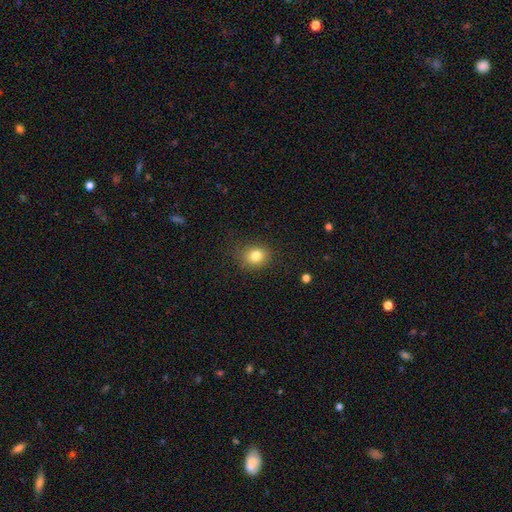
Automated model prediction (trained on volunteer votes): This is clearly a smooth galaxy (81%). How rounded: likely round (68%). Merging: clearly none (83%).